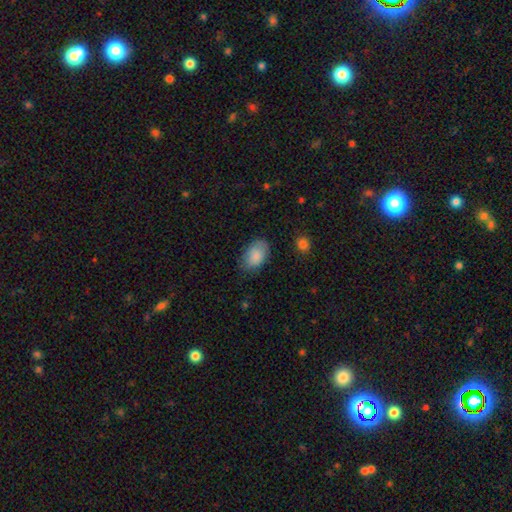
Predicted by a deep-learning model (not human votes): Smooth or featured? smooth (87%)
How rounded? in between (91%)
Merging? none (76%)